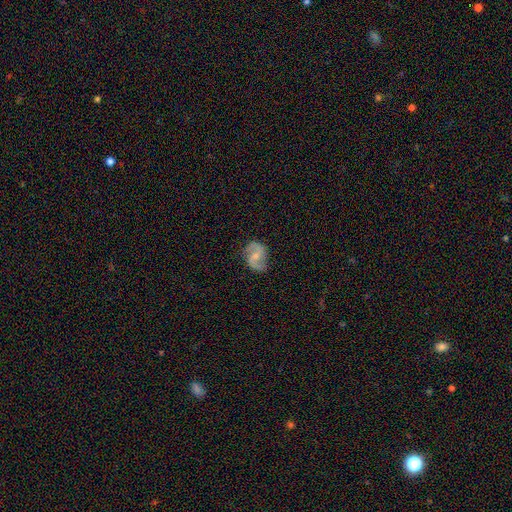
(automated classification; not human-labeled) Smooth or featured?
  - featured or disk: 85% *
  - smooth: 10%
  - star or artifact: 5%
Edge-on disk?
  - no: 98% *
  - yes: 2%
Bar?
  - weak: 47% *
  - no: 41%
  - strong: 12%
Spiral arms?
  - yes: 96% *
  - no: 4%
Spiral winding?
  - medium: 49% *
  - loose: 38%
  - tight: 13%
Spiral arm count?
  - 2: 93% *
  - can't tell: 2%
  - 1: 2%
  - 3: 1%
  - 4: 1%
  - more than 4: 1%
Bulge size?
  - small: 49% *
  - moderate: 40%
  - none: 8%
  - large: 2%
  - dominant: 1%
Merging?
  - none: 81% *
  - minor disturbance: 14%
  - major disturbance: 4%
  - merger: 1%